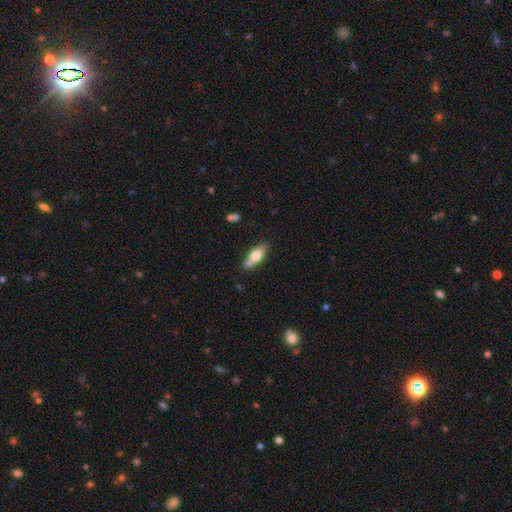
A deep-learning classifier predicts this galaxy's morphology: smooth 59%, featured or disk 34%, star or artifact 7%. Down the decision tree: how rounded — in between (60%); merging — none (74%).